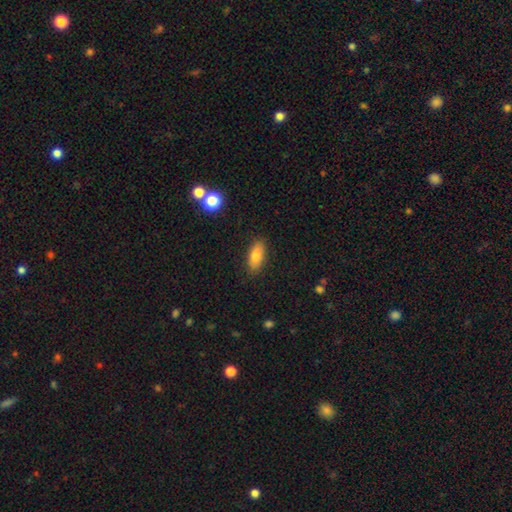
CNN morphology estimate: A smooth galaxy with no disk features (81%) that is in between round and cigar-shaped (82%). Merging: none (87%).